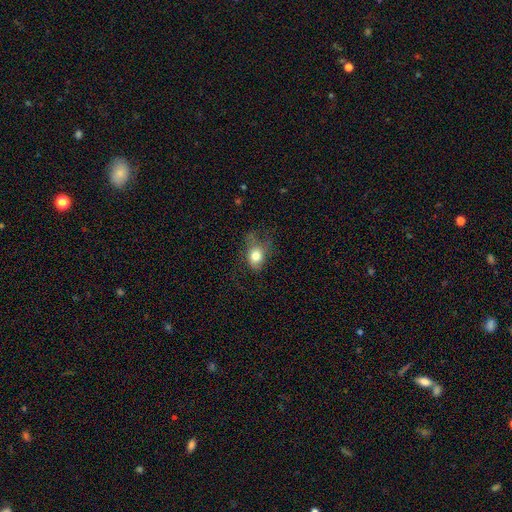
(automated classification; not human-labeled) Morphology: type=smooth (75%); roundness=in between (61%); merging=none (42%).